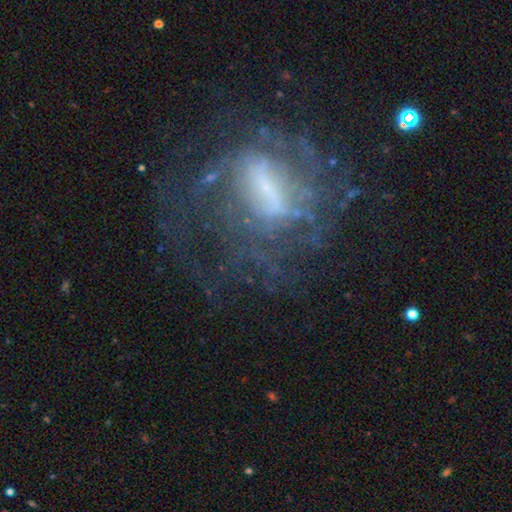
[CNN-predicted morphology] Smooth or featured? Predicted: featured or disk (p=0.69). Edge-on disk? Predicted: no (p=0.91). Bar? Predicted: strong (p=0.42). Spiral arms? Predicted: yes (p=0.60). Bulge size? Predicted: small (p=0.33). Merging? Predicted: none (p=0.52).